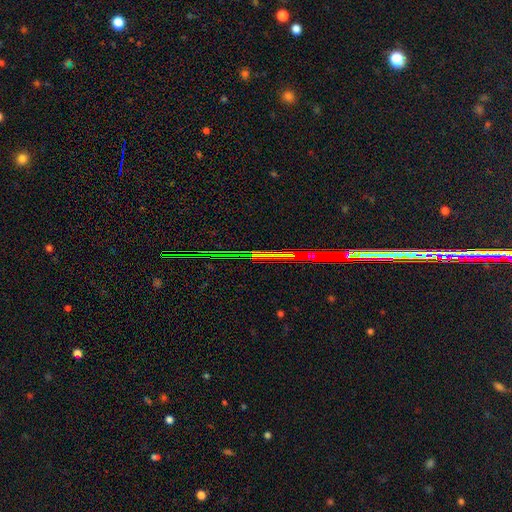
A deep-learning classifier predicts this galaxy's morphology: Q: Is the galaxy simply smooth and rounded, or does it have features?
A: star or artifact — 79%.